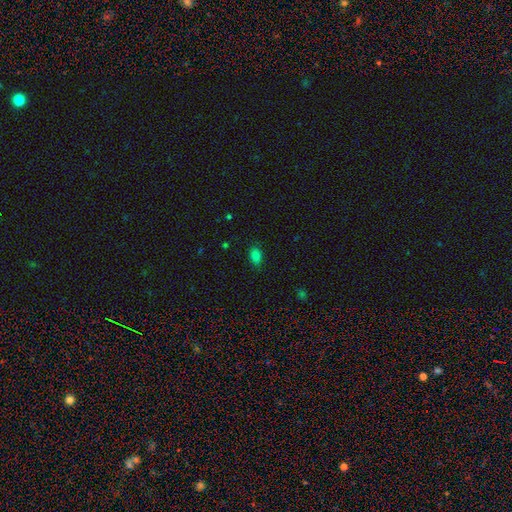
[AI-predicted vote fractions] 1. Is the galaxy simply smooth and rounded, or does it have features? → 81% smooth, 14% star or artifact, 5% featured or disk.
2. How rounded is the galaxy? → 84% in between, 13% round, 2% cigar-shaped.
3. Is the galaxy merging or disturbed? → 84% none, 13% minor disturbance, 3% major disturbance, 1% merger.